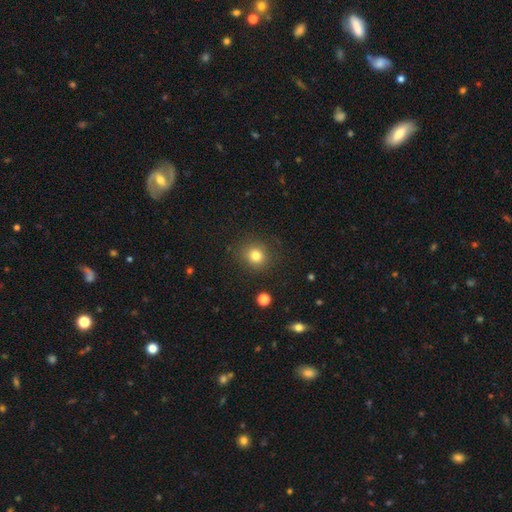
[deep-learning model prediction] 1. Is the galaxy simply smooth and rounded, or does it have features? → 80% smooth, 13% star or artifact, 7% featured or disk.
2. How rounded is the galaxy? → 83% round, 16% in between, 1% cigar-shaped.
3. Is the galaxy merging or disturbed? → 86% none, 9% minor disturbance, 3% major disturbance, 2% merger.